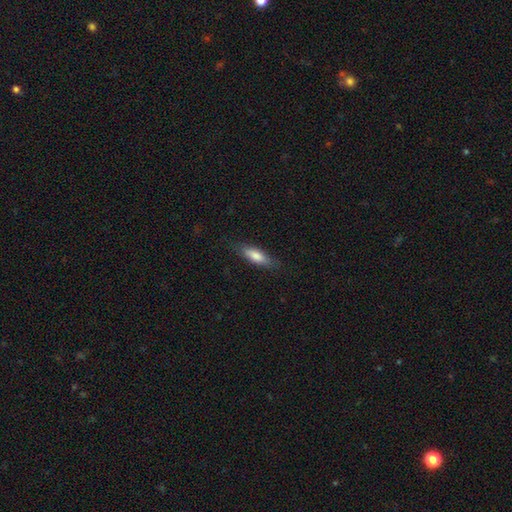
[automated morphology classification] Smooth or featured? smooth (76%)
How rounded? cigar-shaped (53%)
Merging? none (81%)